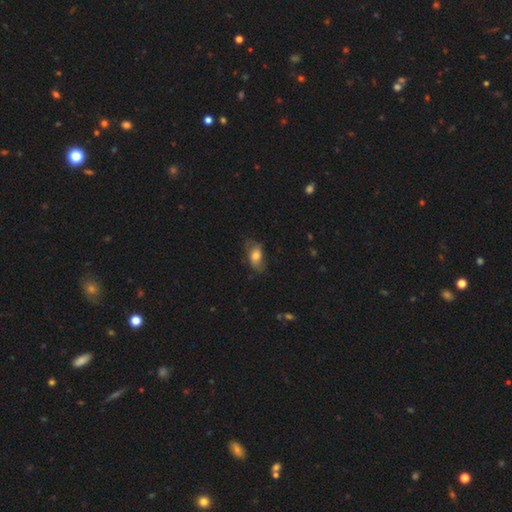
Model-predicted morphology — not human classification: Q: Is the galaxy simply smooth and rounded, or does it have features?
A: smooth — 61%.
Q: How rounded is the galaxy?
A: in between — 87%.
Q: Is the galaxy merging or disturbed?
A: none — 60%.